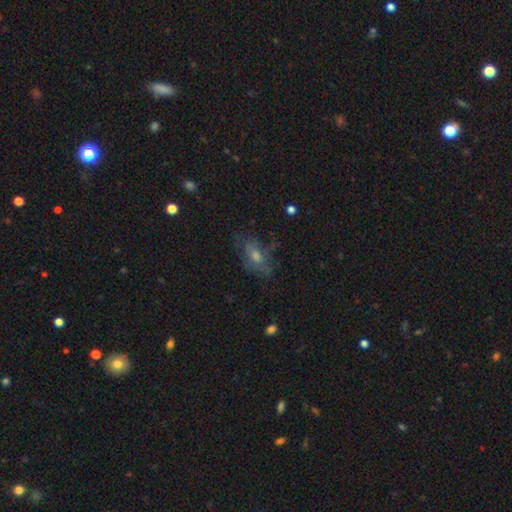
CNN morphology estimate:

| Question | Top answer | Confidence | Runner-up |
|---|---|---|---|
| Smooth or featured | featured or disk | 46% | smooth (36%) |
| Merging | none | 60% | minor disturbance (22%) |